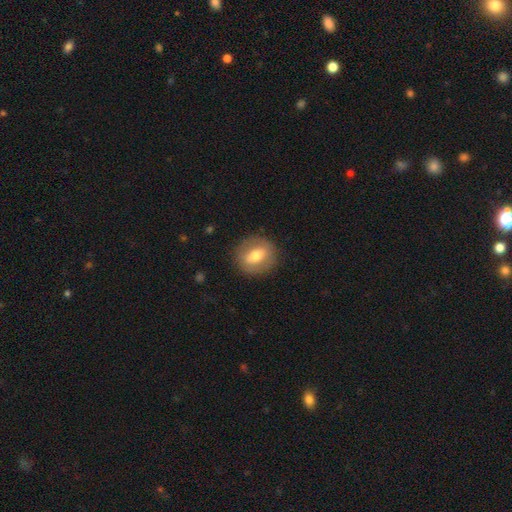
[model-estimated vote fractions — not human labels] Smooth or featured? smooth (54%)
How rounded? round (73%)
Merging? none (85%)